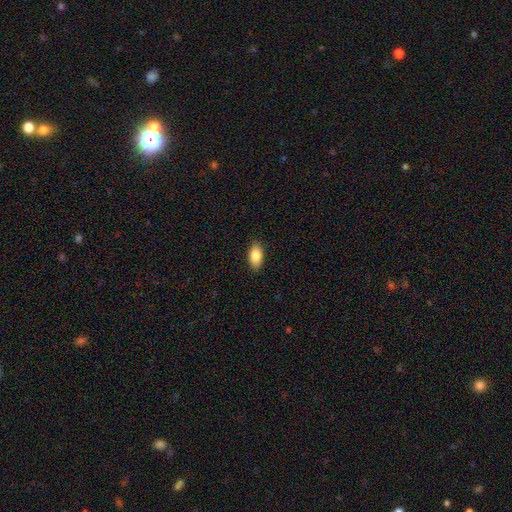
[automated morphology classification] smooth_or_featured: smooth (p=0.85) [alt: featured or disk p=0.08]
how_rounded: in between (p=0.92) [alt: cigar-shaped p=0.05]
merging: none (p=0.88) [alt: minor disturbance p=0.09]